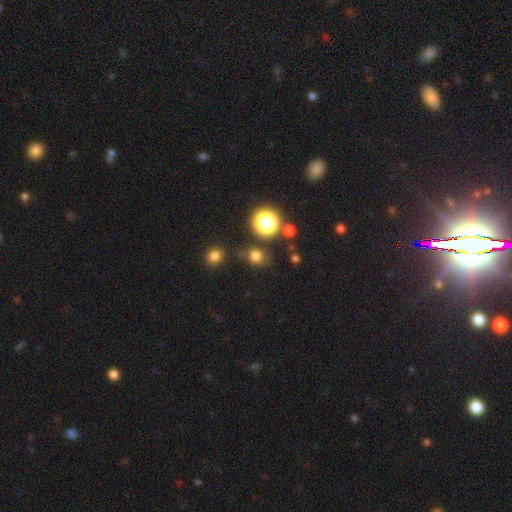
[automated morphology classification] Smooth or featured? smooth (72%)
How rounded? round (63%)
Merging? none (73%)